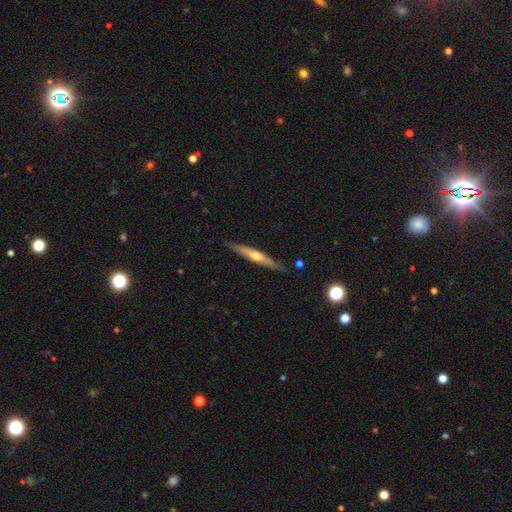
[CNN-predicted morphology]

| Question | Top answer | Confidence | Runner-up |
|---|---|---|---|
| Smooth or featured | featured or disk | 62% | smooth (32%) |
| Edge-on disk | yes | 95% | no (5%) |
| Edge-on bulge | rounded | 82% | none (14%) |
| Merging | none | 87% | minor disturbance (10%) |